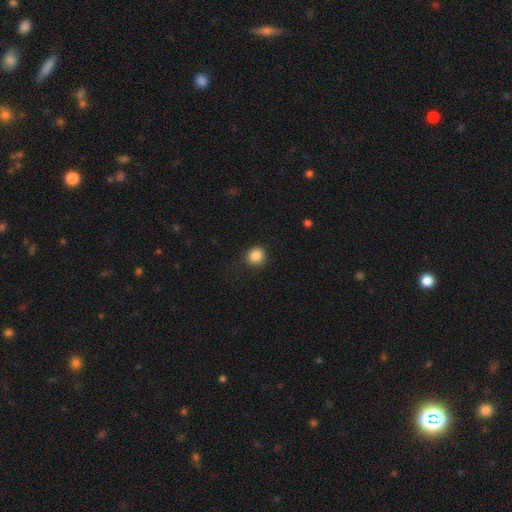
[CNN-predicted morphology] smooth_or_featured: smooth (p=0.86) [alt: star or artifact p=0.10]
how_rounded: round (p=0.90) [alt: in between p=0.09]
merging: none (p=0.87) [alt: minor disturbance p=0.09]